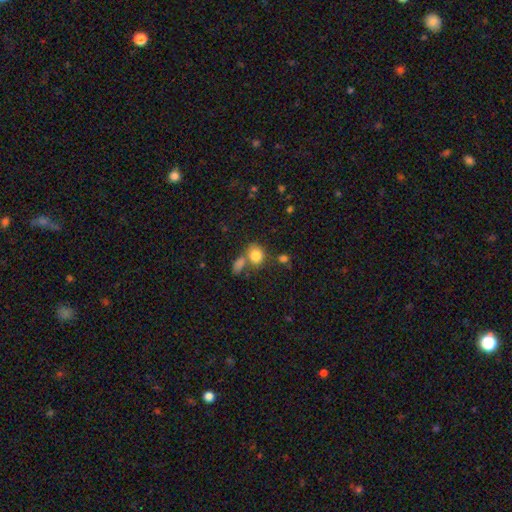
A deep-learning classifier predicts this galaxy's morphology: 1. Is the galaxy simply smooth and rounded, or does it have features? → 81% smooth, 10% star or artifact, 9% featured or disk.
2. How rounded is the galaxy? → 59% round, 39% in between, 1% cigar-shaped.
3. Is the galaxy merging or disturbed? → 49% none, 33% merger, 12% minor disturbance, 6% major disturbance.